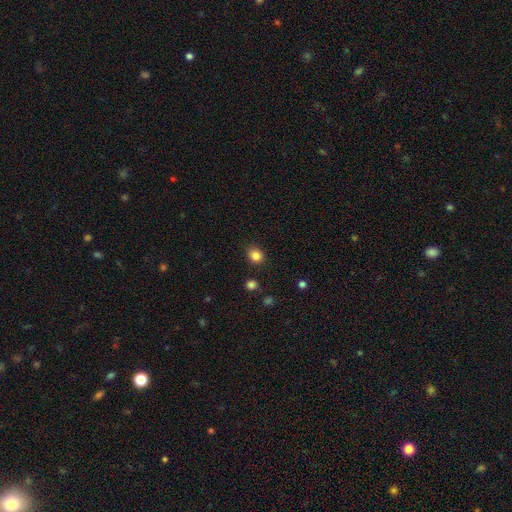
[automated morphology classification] Q: Smooth or featured?
A: smooth (84%); runner-up: star or artifact (12%)
Q: How rounded?
A: round (78%); runner-up: in between (21%)
Q: Merging?
A: none (87%); runner-up: minor disturbance (8%)